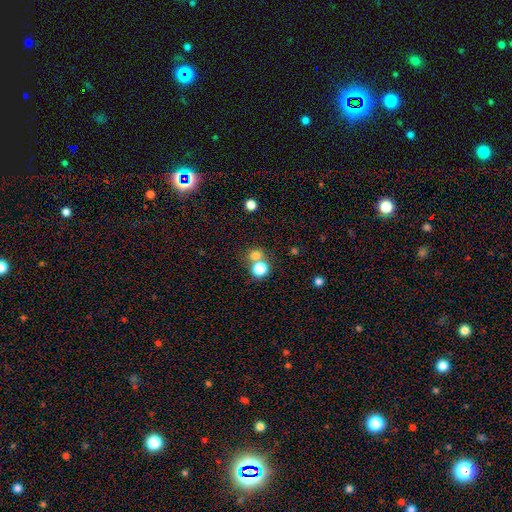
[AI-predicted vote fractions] This is likely a smooth galaxy (76%). How rounded: likely round (79%). Merging: possibly none (46%).